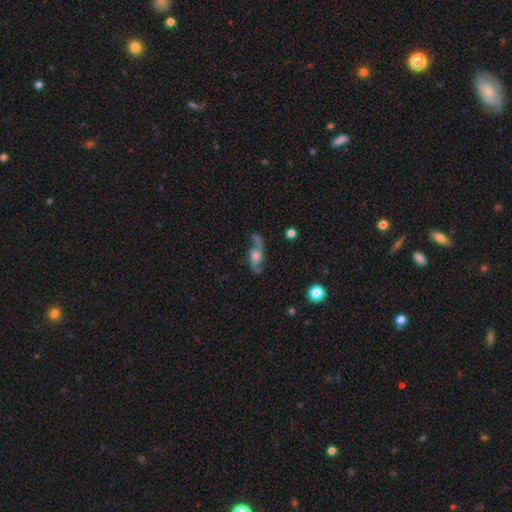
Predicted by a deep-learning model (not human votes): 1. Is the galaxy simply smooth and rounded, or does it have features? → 86% featured or disk, 7% smooth, 7% star or artifact.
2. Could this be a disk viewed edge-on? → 88% no, 12% yes.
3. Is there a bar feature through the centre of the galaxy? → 59% no, 32% weak, 9% strong.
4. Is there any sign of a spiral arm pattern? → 96% yes, 4% no.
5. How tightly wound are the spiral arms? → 78% loose, 18% medium, 4% tight.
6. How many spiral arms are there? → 94% 2, 2% can't tell, 2% 1, 1% 3, 1% 4, 1% more than 4.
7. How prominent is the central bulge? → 44% moderate, 24% large, 18% small, 10% none, 3% dominant.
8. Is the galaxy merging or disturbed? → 76% none, 14% minor disturbance, 8% major disturbance, 2% merger.